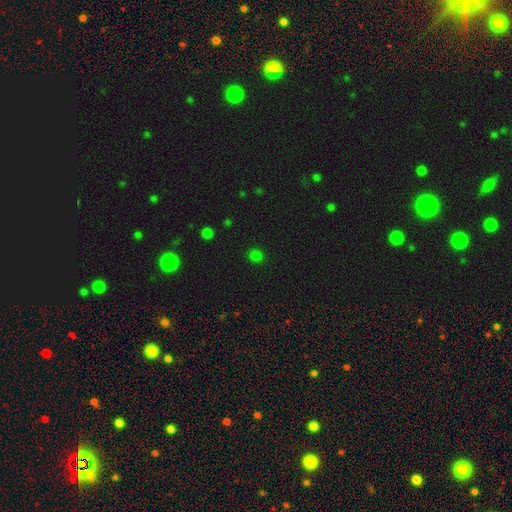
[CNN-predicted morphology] A smooth galaxy with no disk features (75%) that is round (85%).

Vote fractions:
- Smooth or featured? smooth: 75% / star or artifact: 21% / featured or disk: 3%
- How rounded? round: 85% / in between: 14% / cigar-shaped: 1%
- Merging? none: 89% / minor disturbance: 7% / major disturbance: 2% / merger: 1%